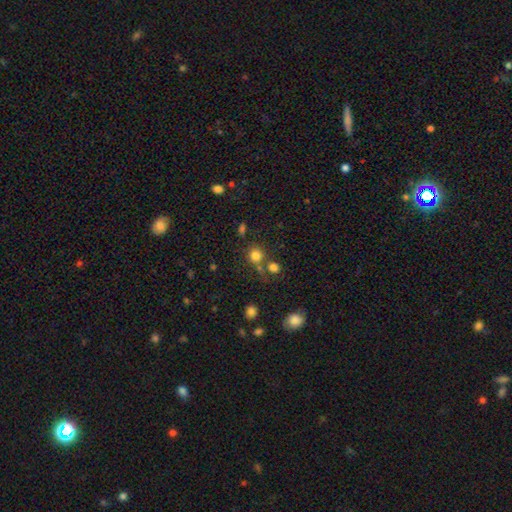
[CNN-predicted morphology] A smooth galaxy with no disk features (78%) that is round (89%).

Vote fractions:
- Smooth or featured? smooth: 78% / star or artifact: 15% / featured or disk: 7%
- How rounded? round: 89% / in between: 10% / cigar-shaped: 1%
- Merging? none: 63% / merger: 23% / minor disturbance: 9% / major disturbance: 5%